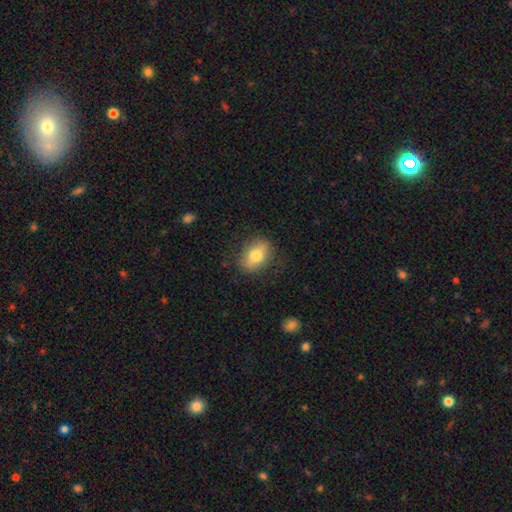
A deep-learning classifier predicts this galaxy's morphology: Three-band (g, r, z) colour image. It shows a smooth galaxy with no disk features (72%) that is in between round and cigar-shaped (74%). Merging: none (82%).